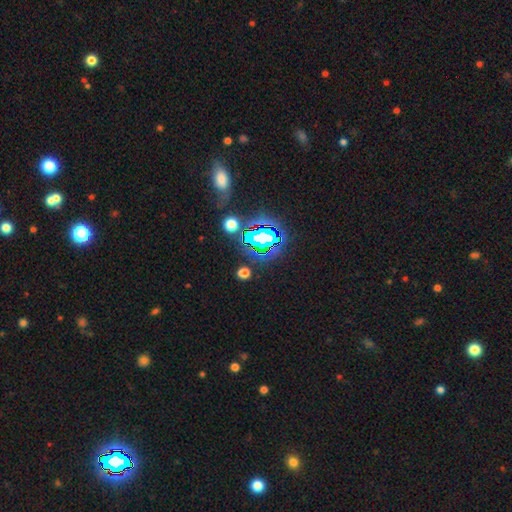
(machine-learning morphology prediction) type=star or artifact (71%).